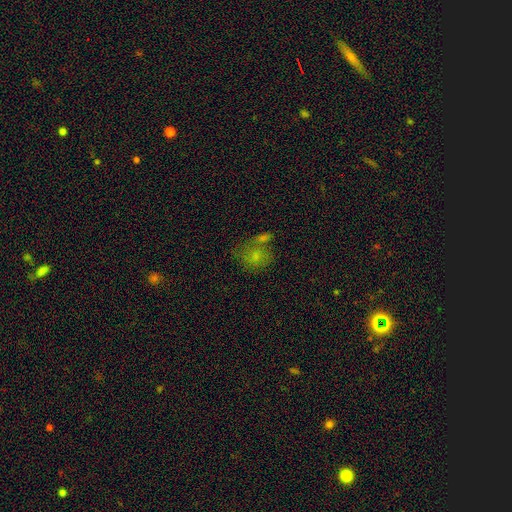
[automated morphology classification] Overall: smooth (68%). How rounded: round (61%; in between 37%). Merging: none (38%, tied with merger).